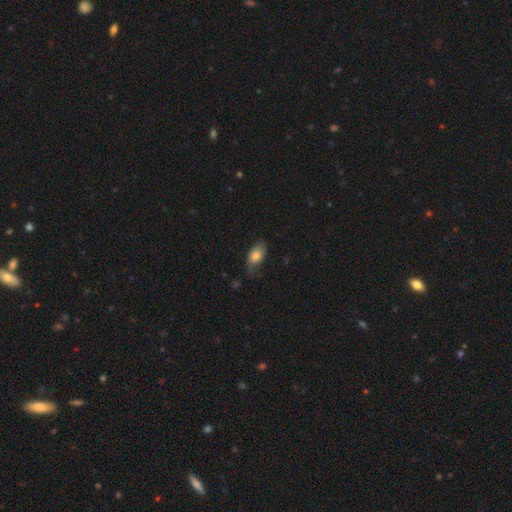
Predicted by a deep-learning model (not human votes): A smooth galaxy with no disk features (76%) that is in between round and cigar-shaped (91%). Merging: none (59%).